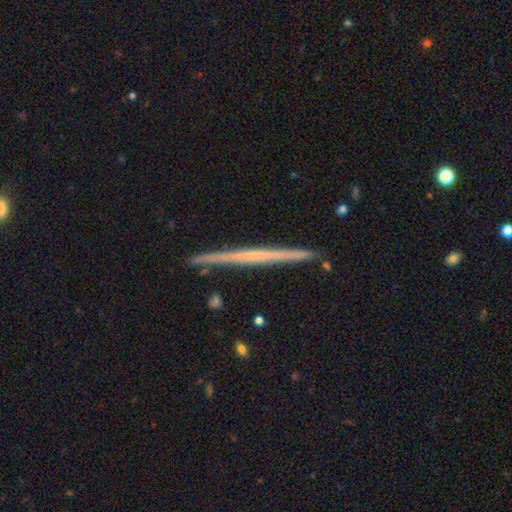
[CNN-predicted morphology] smooth-or-featured: featured or disk: 67% | smooth: 26% | star or artifact: 7%
  disk-edge-on: yes: 98% | no: 2%
    edge-on-bulge: none: 80% | rounded: 15% | boxy: 5%
  merging: none: 91% | minor disturbance: 6% | merger: 1% | major disturbance: 1%